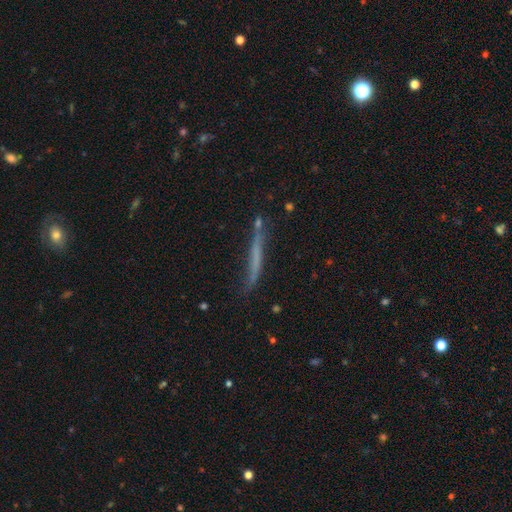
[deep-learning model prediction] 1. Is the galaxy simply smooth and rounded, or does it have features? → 47% smooth, 43% featured or disk, 10% star or artifact.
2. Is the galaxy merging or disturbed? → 68% none, 21% minor disturbance, 6% major disturbance, 4% merger.